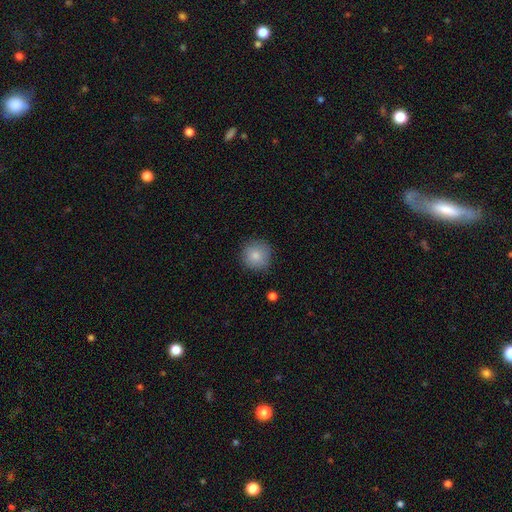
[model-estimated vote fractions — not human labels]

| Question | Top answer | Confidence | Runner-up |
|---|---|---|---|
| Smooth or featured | smooth | 84% | star or artifact (8%) |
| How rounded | round | 94% | in between (5%) |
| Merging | none | 85% | minor disturbance (11%) |